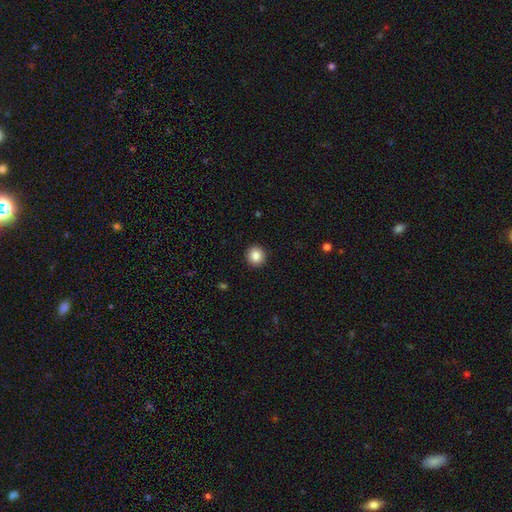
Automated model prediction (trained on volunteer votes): A smooth galaxy with no disk features (86%) that is round (93%).

Vote fractions:
- Smooth or featured? smooth: 86% / star or artifact: 9% / featured or disk: 5%
- How rounded? round: 93% / in between: 6% / cigar-shaped: 1%
- Merging? none: 93% / minor disturbance: 5% / major disturbance: 2% / merger: 1%